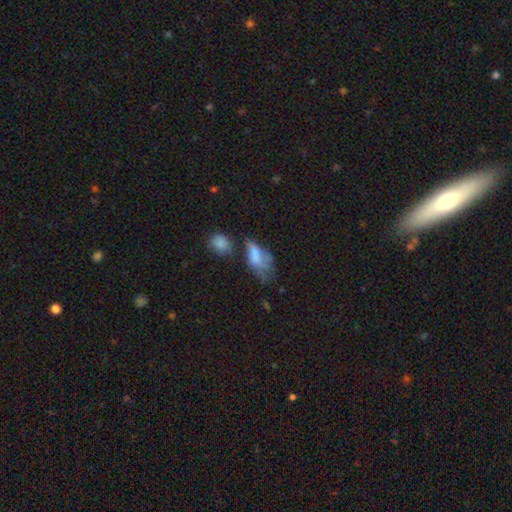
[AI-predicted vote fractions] A smooth galaxy with no disk features (62%) that is in between round and cigar-shaped (87%).

Vote fractions:
- Smooth or featured? smooth: 62% / featured or disk: 27% / star or artifact: 11%
- How rounded? in between: 87% / round: 7% / cigar-shaped: 6%
- Merging? major disturbance: 36% / minor disturbance: 23% / none: 23% / merger: 18%